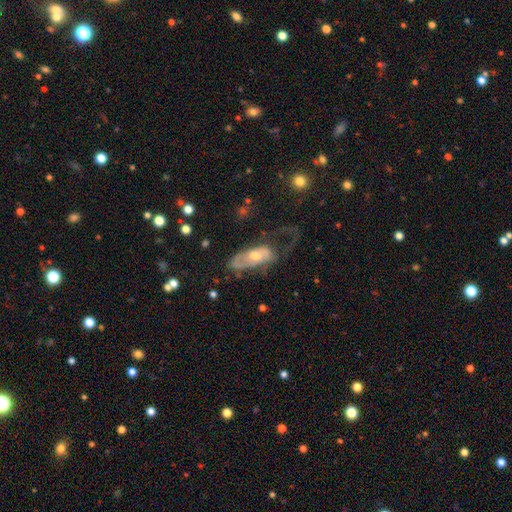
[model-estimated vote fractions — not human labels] This is possibly a featured or disk galaxy (57%). It is clearly not viewed edge-on (84%). Merging: possibly major disturbance (45%).